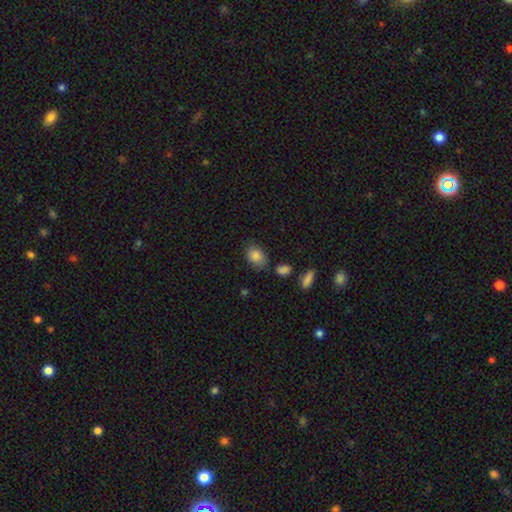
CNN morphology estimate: Smooth or featured? smooth (85%)
How rounded? in between (77%)
Merging? none (72%)